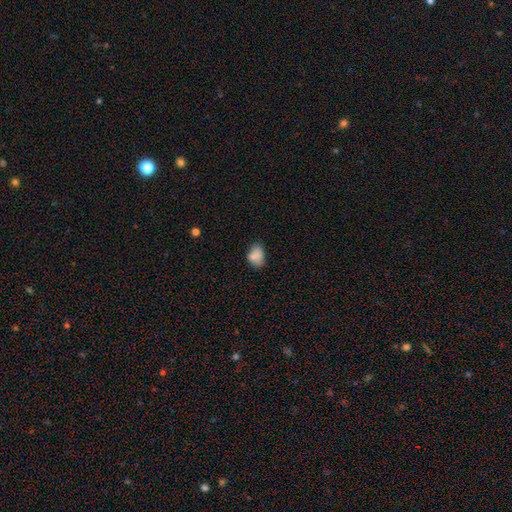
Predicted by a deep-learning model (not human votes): smooth-or-featured: smooth: 81% | star or artifact: 10% | featured or disk: 9%
  how-rounded: in between: 80% | round: 18% | cigar-shaped: 1%
  merging: none: 55% | minor disturbance: 28% | merger: 10% | major disturbance: 7%